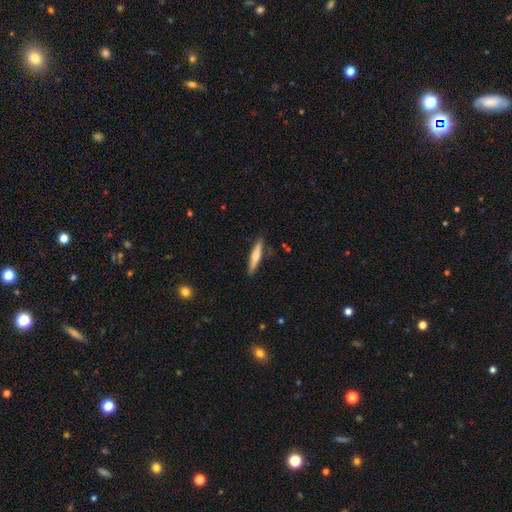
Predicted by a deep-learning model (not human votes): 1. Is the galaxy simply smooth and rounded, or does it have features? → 57% smooth, 38% featured or disk, 6% star or artifact.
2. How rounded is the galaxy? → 89% cigar-shaped, 10% in between, 1% round.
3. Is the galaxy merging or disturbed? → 86% none, 11% minor disturbance, 2% major disturbance, 2% merger.